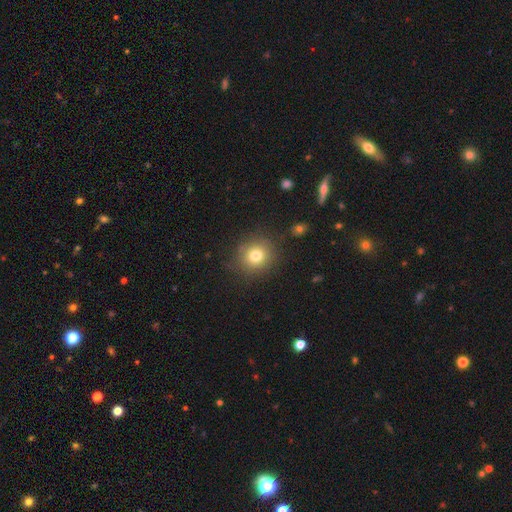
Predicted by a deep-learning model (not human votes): smooth 77%, star or artifact 14%, featured or disk 9%. Down the decision tree: how rounded — round (88%); merging — none (85%).